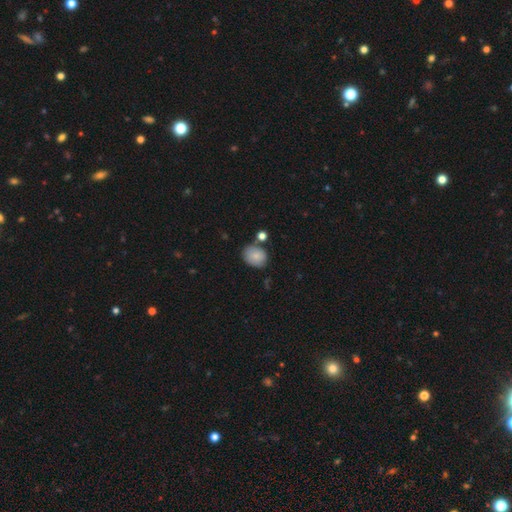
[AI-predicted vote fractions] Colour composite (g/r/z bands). It shows a smooth galaxy with no disk features (83%) that is in between round and cigar-shaped (50%). Merging: none (68%).